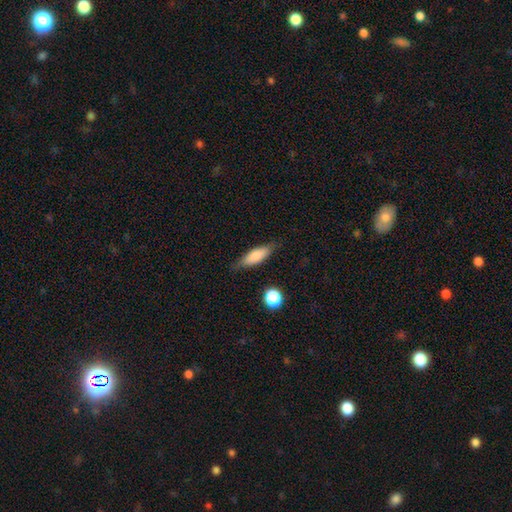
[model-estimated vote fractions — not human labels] Smooth or featured? smooth (75%)
How rounded? in between (55%)
Merging? none (78%)